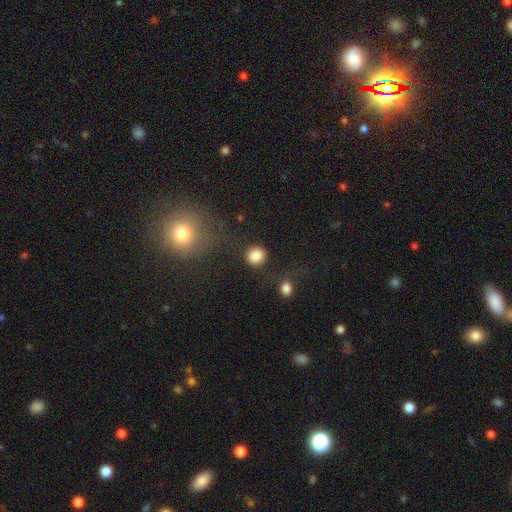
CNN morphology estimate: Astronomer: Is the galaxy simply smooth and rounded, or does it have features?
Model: smooth — 86%.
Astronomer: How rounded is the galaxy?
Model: round — 87%.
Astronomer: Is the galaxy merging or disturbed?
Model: none — 83%.